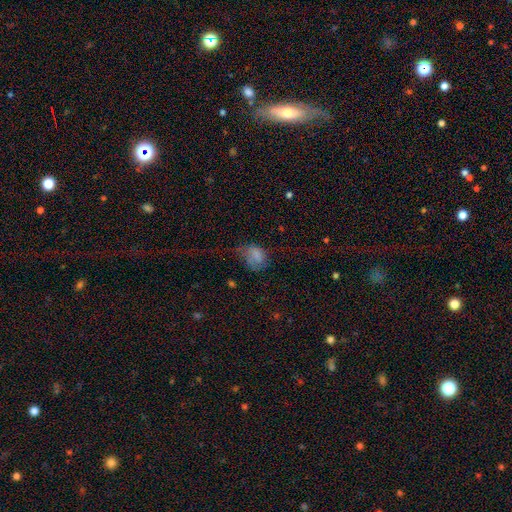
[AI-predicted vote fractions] A smooth galaxy with no disk features (70%) that is in between round and cigar-shaped (72%).

Vote fractions:
- Smooth or featured? smooth: 70% / featured or disk: 18% / star or artifact: 12%
- How rounded? in between: 72% / round: 27% / cigar-shaped: 1%
- Merging? major disturbance: 36% / minor disturbance: 32% / none: 28% / merger: 3%